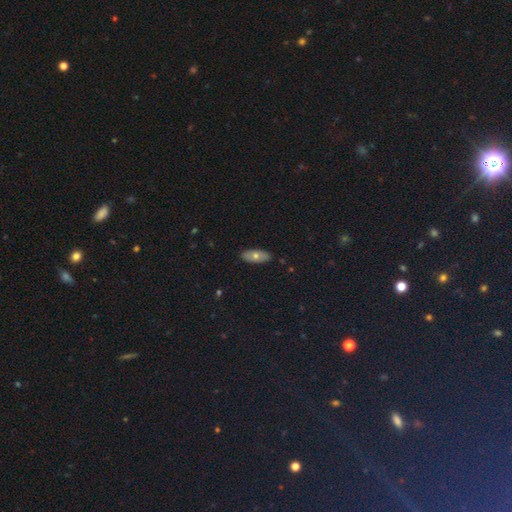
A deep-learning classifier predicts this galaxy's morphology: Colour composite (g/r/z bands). It shows a smooth galaxy with no disk features (64%) that is in between round and cigar-shaped (83%). Merging: none (88%).